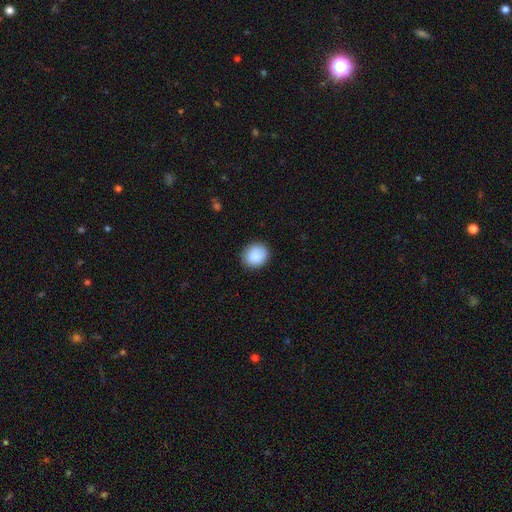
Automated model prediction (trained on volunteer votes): smooth_or_featured: smooth (p=0.89) [alt: star or artifact p=0.07]
how_rounded: round (p=0.77) [alt: in between p=0.22]
merging: none (p=0.88) [alt: minor disturbance p=0.09]